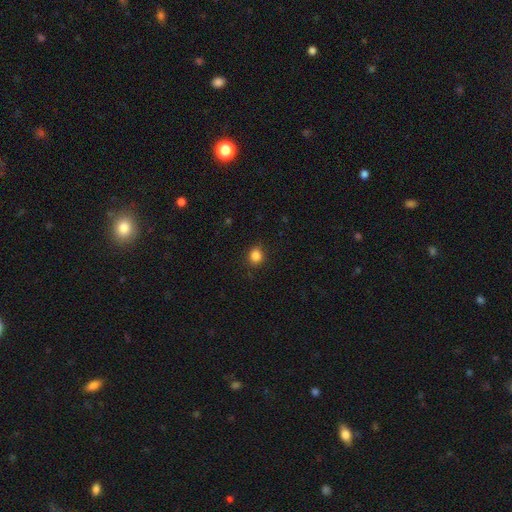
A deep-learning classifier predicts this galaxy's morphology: Overall: smooth (85%). How rounded: round (72%). Merging: none (85%).